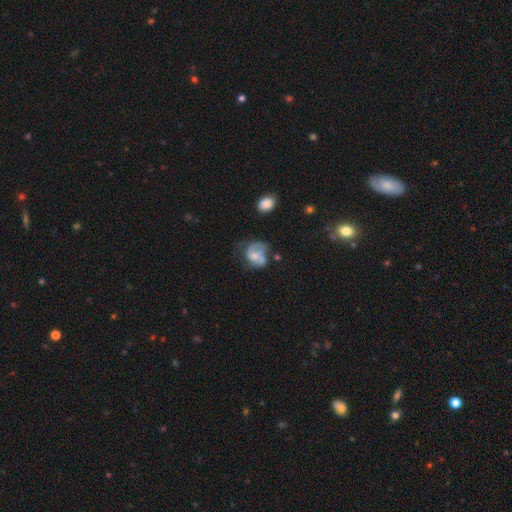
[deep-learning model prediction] Smooth or featured? Predicted: featured or disk (p=0.52). Edge-on disk? Predicted: no (p=0.98). Bar? Predicted: no (p=0.75). Spiral arms? Predicted: yes (p=0.55). Bulge size? Predicted: moderate (p=0.44). Merging? Predicted: major disturbance (p=0.31).